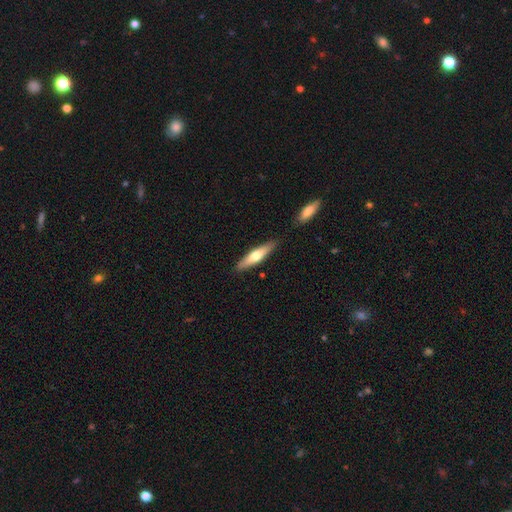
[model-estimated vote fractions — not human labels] smooth-or-featured: smooth: 52% | featured or disk: 43% | star or artifact: 5%
  how-rounded: cigar-shaped: 77% | in between: 21% | round: 2%
  merging: none: 86% | minor disturbance: 10% | merger: 3% | major disturbance: 2%